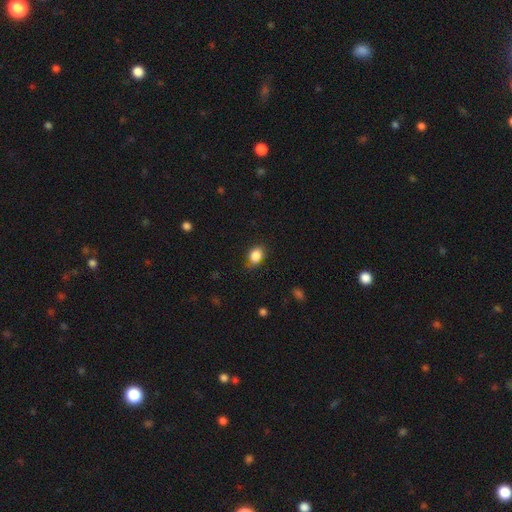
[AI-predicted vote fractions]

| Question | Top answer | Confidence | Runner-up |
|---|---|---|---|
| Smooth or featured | smooth | 86% | star or artifact (9%) |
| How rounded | in between | 62% | round (36%) |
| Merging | none | 73% | minor disturbance (22%) |